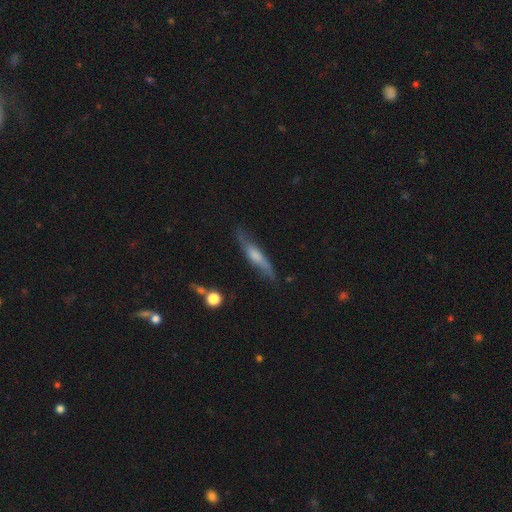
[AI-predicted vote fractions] Q: Smooth or featured?
A: featured or disk (52%); runner-up: smooth (41%)
Q: Edge-on disk?
A: yes (84%); runner-up: no (16%)
Q: Merging?
A: none (75%); runner-up: minor disturbance (18%)